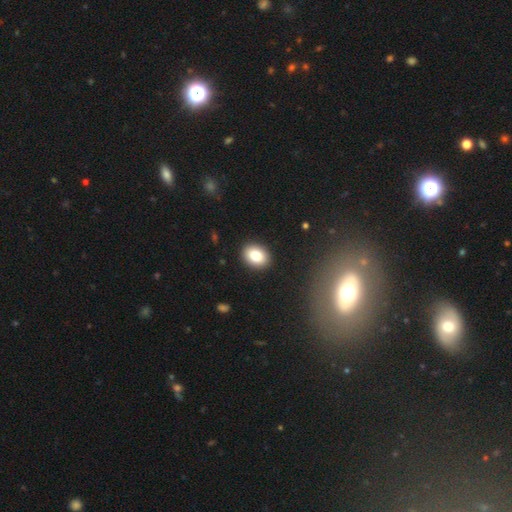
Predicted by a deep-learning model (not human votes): Smooth or featured?
  - smooth: 82% *
  - featured or disk: 9%
  - star or artifact: 9%
How rounded?
  - in between: 59% *
  - round: 40%
  - cigar-shaped: 1%
Merging?
  - none: 91% *
  - minor disturbance: 6%
  - major disturbance: 2%
  - merger: 1%